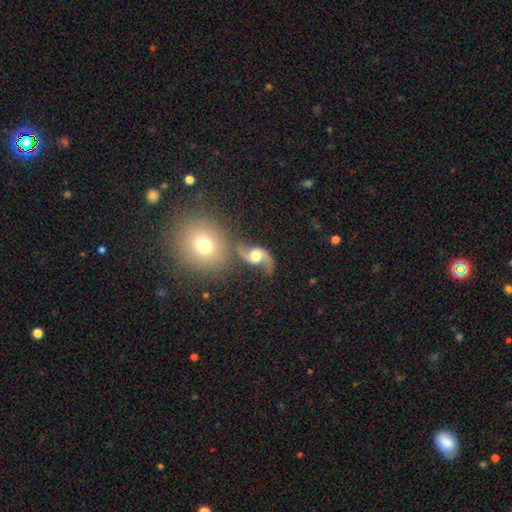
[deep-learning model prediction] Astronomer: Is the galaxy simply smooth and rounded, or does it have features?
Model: featured or disk — 84%.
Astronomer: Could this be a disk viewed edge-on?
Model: no — 97%.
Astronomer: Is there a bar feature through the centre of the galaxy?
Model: no — 58%.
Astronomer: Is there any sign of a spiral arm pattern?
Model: yes — 95%.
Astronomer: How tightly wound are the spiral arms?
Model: loose — 78%.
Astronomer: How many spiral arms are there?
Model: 2 — 93%.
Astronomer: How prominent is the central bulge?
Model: moderate — 59%.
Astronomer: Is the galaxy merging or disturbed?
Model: none — 60%.